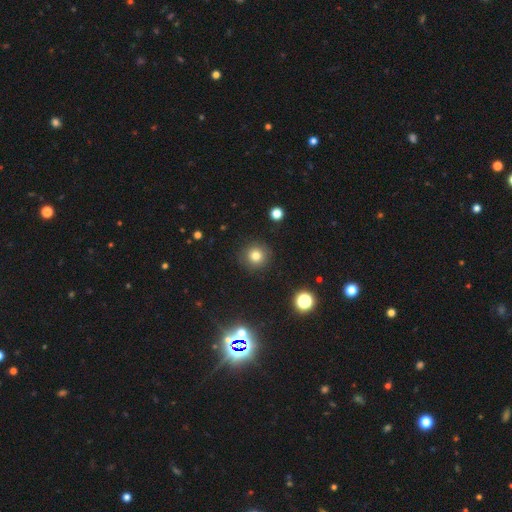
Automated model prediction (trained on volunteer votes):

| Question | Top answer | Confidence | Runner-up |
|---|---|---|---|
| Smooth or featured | smooth | 79% | star or artifact (14%) |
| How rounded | round | 94% | in between (5%) |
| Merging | none | 89% | minor disturbance (7%) |